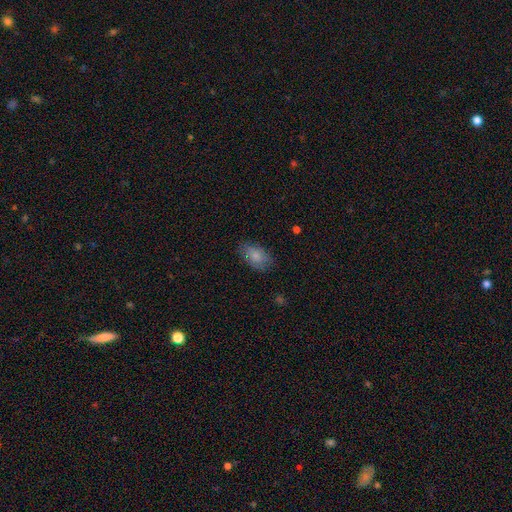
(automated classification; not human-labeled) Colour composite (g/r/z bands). It shows a smooth galaxy with no disk features (81%) that is in between round and cigar-shaped (91%). Merging: none (77%).